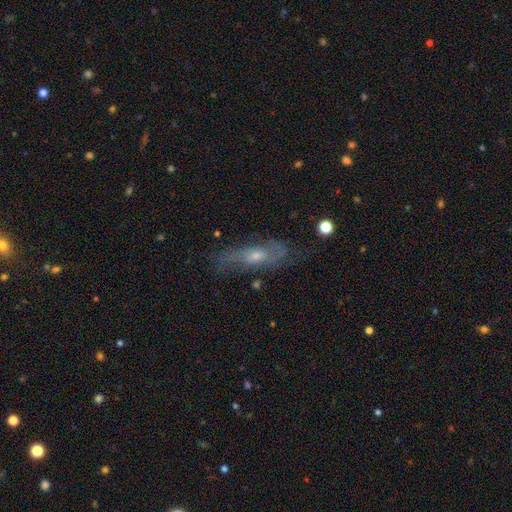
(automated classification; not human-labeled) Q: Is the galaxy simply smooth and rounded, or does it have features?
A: featured or disk — 64%.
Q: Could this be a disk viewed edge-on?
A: no — 67%.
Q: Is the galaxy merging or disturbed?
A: none — 70%.